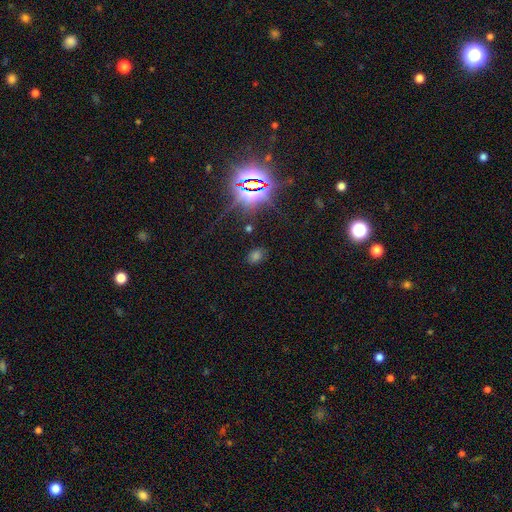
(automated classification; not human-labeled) Smooth or featured: star or artifact — 51% (smooth — 39%)